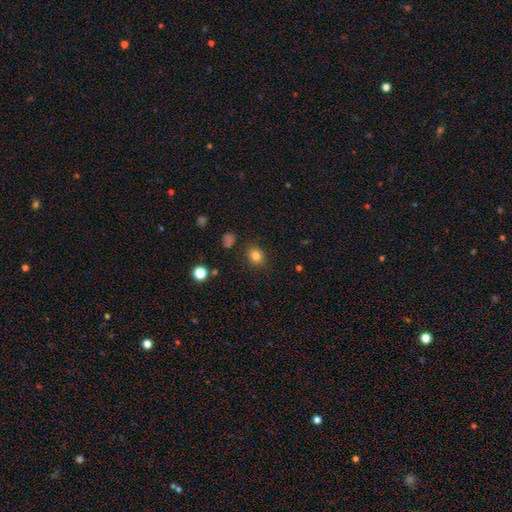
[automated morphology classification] This appears to be a smooth galaxy with no disk features (81%) that is round (60%). Merging: none (85%).